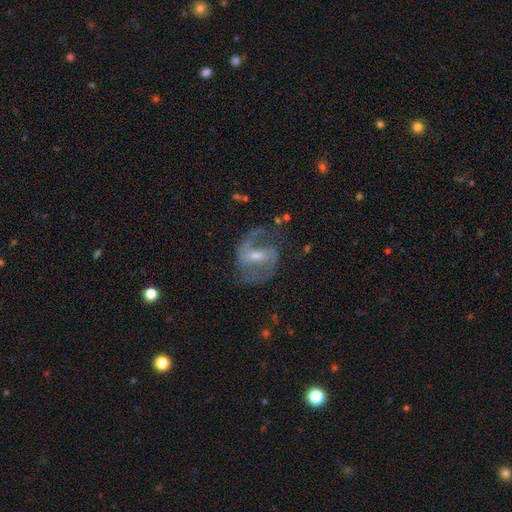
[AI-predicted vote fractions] Smooth or featured?
  - featured or disk: 88% *
  - smooth: 6%
  - star or artifact: 6%
Edge-on disk?
  - no: 97% *
  - yes: 3%
Bar?
  - weak: 51% *
  - strong: 35%
  - no: 15%
Spiral arms?
  - yes: 96% *
  - no: 4%
Spiral winding?
  - medium: 59% *
  - loose: 26%
  - tight: 16%
Spiral arm count?
  - 2: 89% *
  - 1: 4%
  - can't tell: 4%
  - 3: 1%
  - 4: 1%
  - more than 4: 1%
Bulge size?
  - moderate: 46% * (tied)
  - small: 46% * (tied)
  - none: 4%
  - large: 3%
  - dominant: 1%
Merging?
  - none: 71% *
  - minor disturbance: 16%
  - major disturbance: 11%
  - merger: 2%